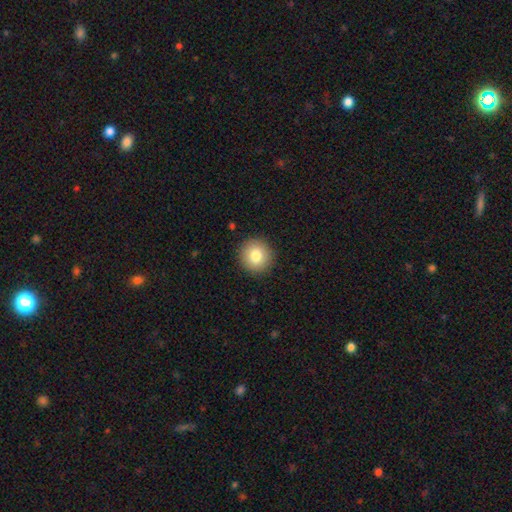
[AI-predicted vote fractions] smooth 81%, featured or disk 10%, star or artifact 9%. Down the decision tree: how rounded — round (93%); merging — none (91%).